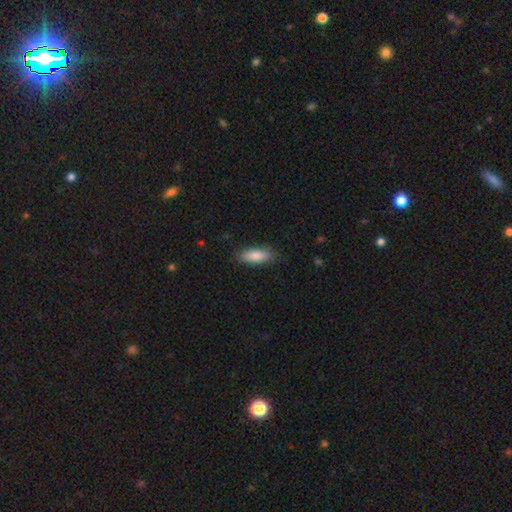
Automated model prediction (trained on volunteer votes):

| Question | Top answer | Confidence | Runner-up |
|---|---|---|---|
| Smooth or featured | smooth | 85% | featured or disk (8%) |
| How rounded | in between | 68% | cigar-shaped (31%) |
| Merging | none | 84% | minor disturbance (12%) |